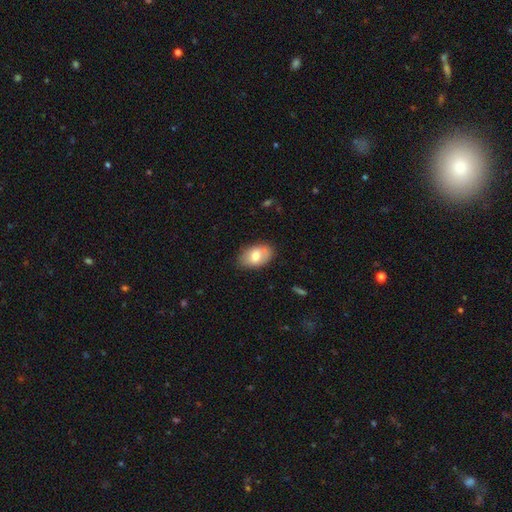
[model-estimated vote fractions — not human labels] Smooth or featured? smooth (72%)
How rounded? in between (92%)
Merging? none (80%)